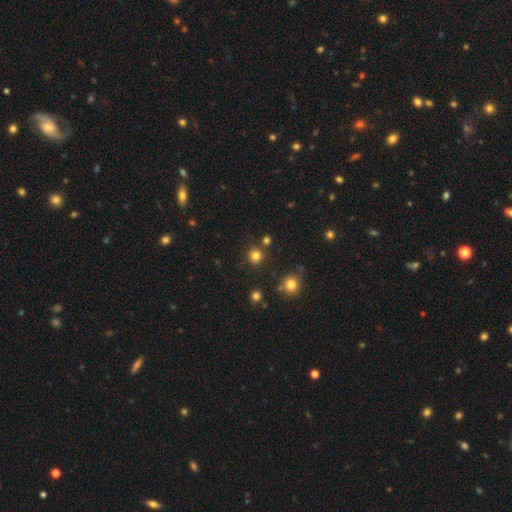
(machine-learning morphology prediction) smooth-or-featured: smooth: 80% | star or artifact: 15% | featured or disk: 5%
  how-rounded: round: 92% | in between: 7% | cigar-shaped: 1%
  merging: none: 84% | minor disturbance: 7% | merger: 6% | major disturbance: 3%